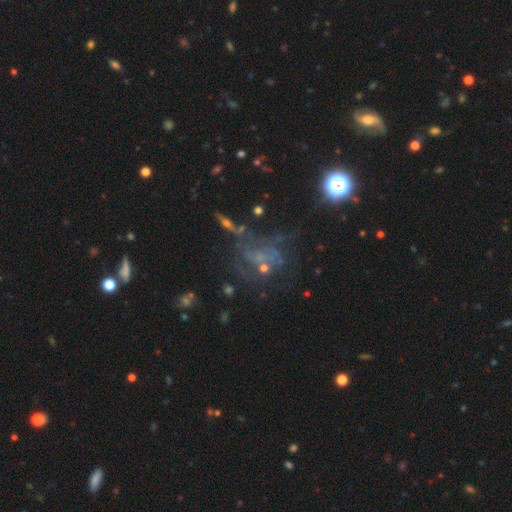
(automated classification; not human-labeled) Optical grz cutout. It shows a featured or disk galaxy (43%). Merging: none (41%).